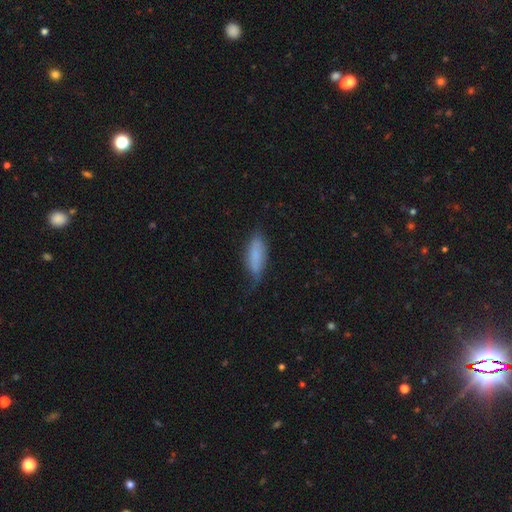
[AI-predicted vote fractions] Overall: smooth (73%). How rounded: in between (61%; cigar-shaped 37%). Merging: none (48%; minor disturbance 36%).